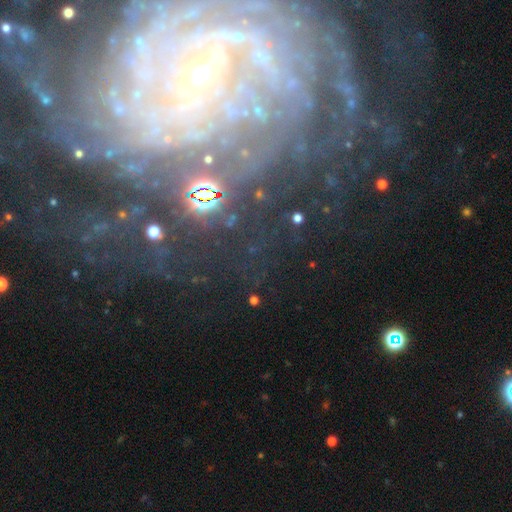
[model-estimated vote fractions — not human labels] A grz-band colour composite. It shows a featured or disk galaxy (65%) with no bar (57%), spiral arms (83%) and a small central bulge (69%). Merging: none (68%).